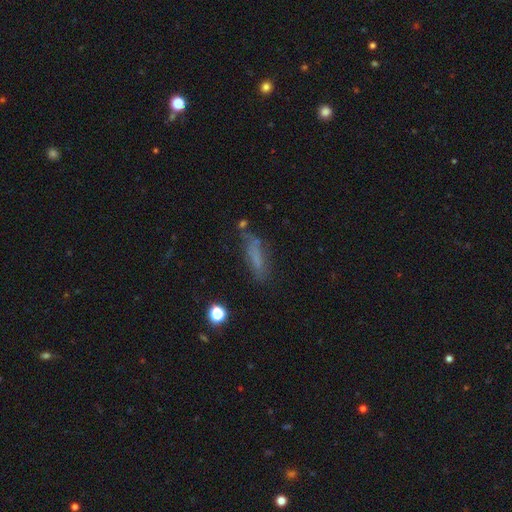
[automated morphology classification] Smooth or featured: smooth — 58% (featured or disk — 25%)
How rounded: cigar-shaped — 69% (in between — 28%)
Merging: none — 60% (minor disturbance — 22%)